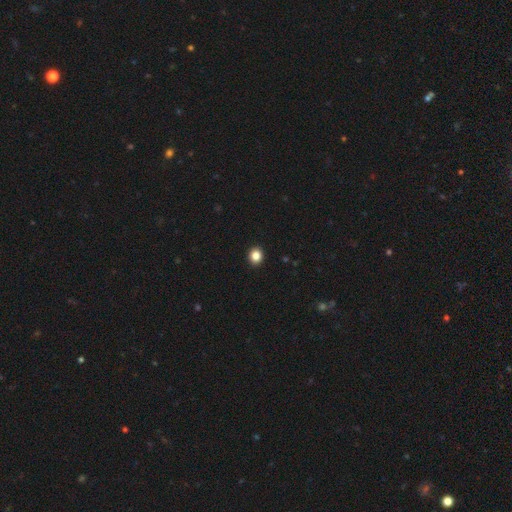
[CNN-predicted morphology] A smooth galaxy with no disk features (85%) that is round (73%). Merging: none (93%).